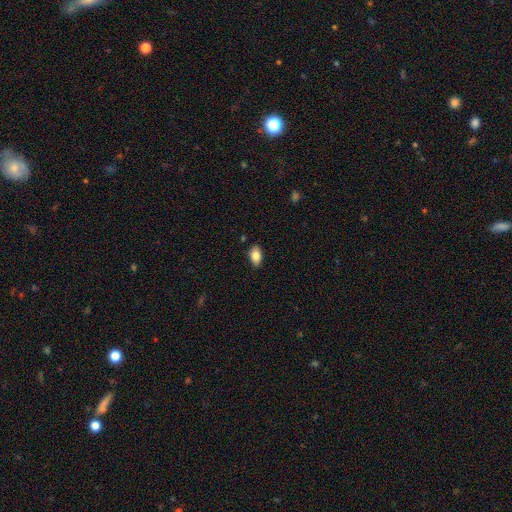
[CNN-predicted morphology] type=smooth (83%); roundness=in between (88%); merging=none (84%).